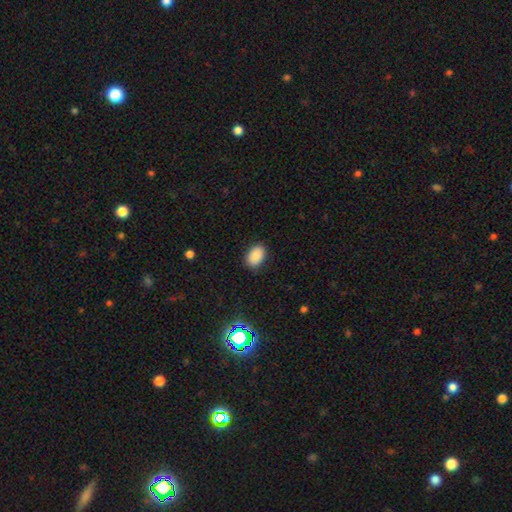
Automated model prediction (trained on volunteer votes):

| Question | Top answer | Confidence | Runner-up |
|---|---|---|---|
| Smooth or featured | smooth | 87% | star or artifact (8%) |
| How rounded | in between | 85% | round (14%) |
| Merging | none | 87% | minor disturbance (10%) |